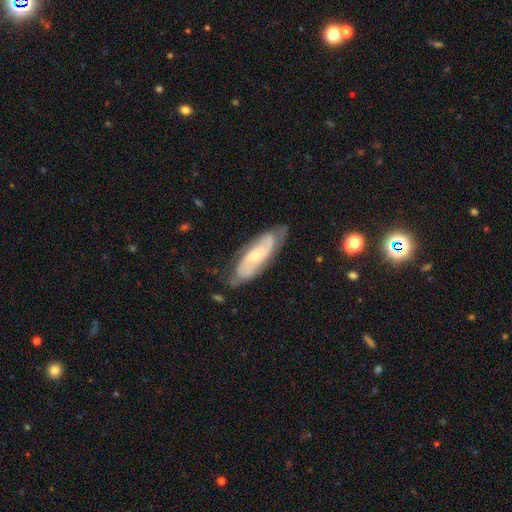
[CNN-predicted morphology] Smooth or featured?
  - featured or disk: 73% *
  - smooth: 21%
  - star or artifact: 6%
Edge-on disk?
  - no: 85% *
  - yes: 15%
Bar?
  - no: 57% *
  - weak: 33%
  - strong: 10%
Spiral arms?
  - yes: 90% *
  - no: 10%
Spiral winding?
  - medium: 41% *
  - tight: 40%
  - loose: 19%
Spiral arm count?
  - 2: 66% *
  - can't tell: 23%
  - 3: 5%
  - 1: 2%
  - 4: 2%
  - more than 4: 2%
Bulge size?
  - small: 64% *
  - moderate: 30%
  - none: 3%
  - large: 2%
  - dominant: 1%
Merging?
  - none: 71% *
  - minor disturbance: 21%
  - major disturbance: 6%
  - merger: 2%